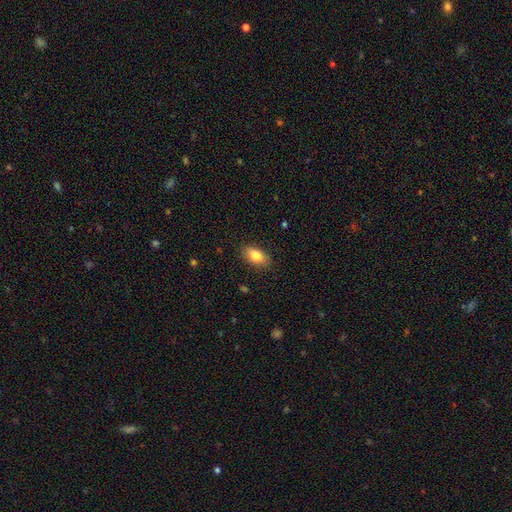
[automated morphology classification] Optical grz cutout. It shows a smooth galaxy with no disk features (83%) that is in between round and cigar-shaped (90%). Merging: none (86%).